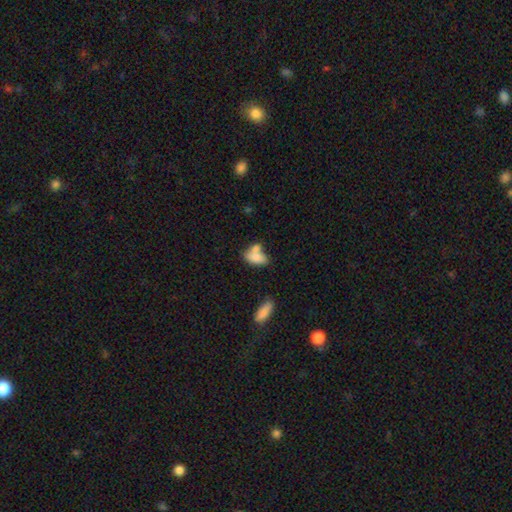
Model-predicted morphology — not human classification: This is likely a smooth galaxy (77%). How rounded: clearly in between (88%). Merging: possibly merger (47%).